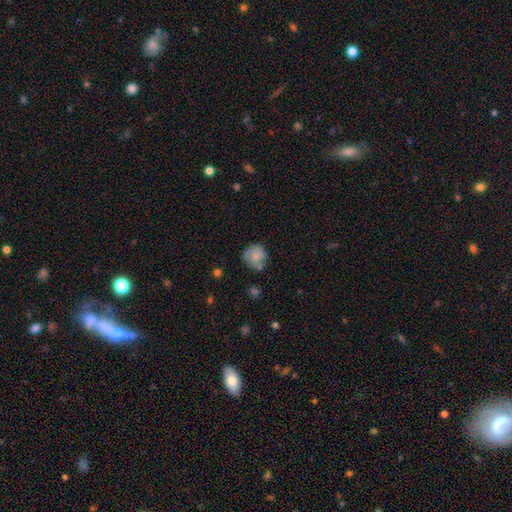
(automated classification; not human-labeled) Q: Smooth or featured?
A: smooth (71%); runner-up: featured or disk (21%)
Q: How rounded?
A: round (83%); runner-up: in between (16%)
Q: Merging?
A: none (60%); runner-up: minor disturbance (26%)